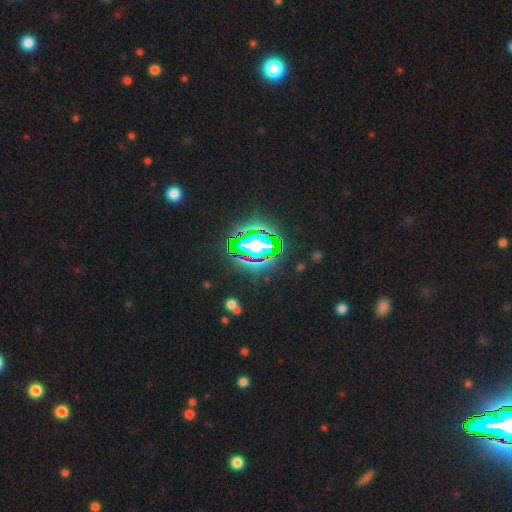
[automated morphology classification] smooth_or_featured: star or artifact (p=0.82) [alt: smooth p=0.11]